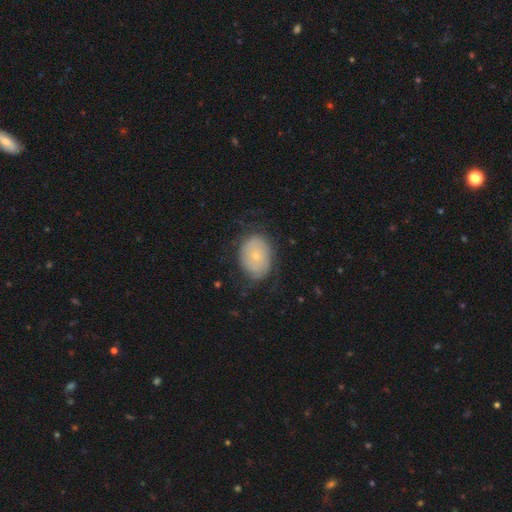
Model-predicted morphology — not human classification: Smooth or featured? smooth (51%)
How rounded? in between (70%)
Merging? none (66%)